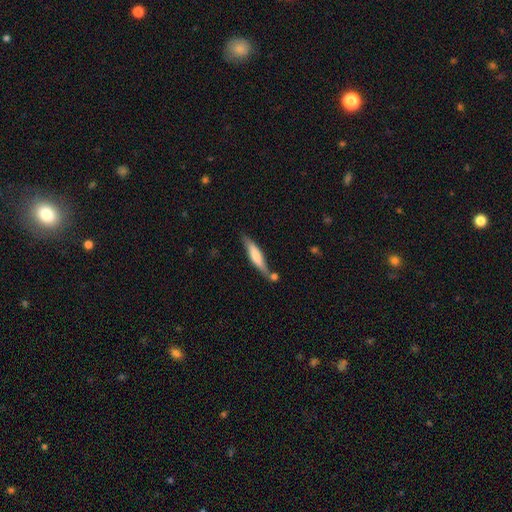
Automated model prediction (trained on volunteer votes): Smooth or featured? smooth (60%)
How rounded? cigar-shaped (82%)
Merging? none (59%)